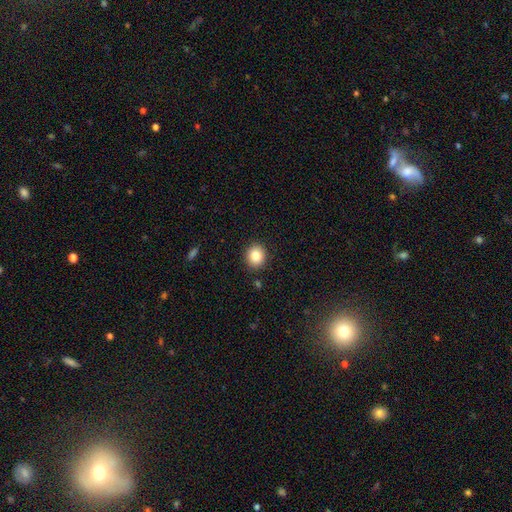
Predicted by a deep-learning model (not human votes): The model was most divided on "how rounded": round: 82%, in between: 17%, cigar-shaped: 1%. More confident: merging — none (90%); smooth or featured — smooth (83%).